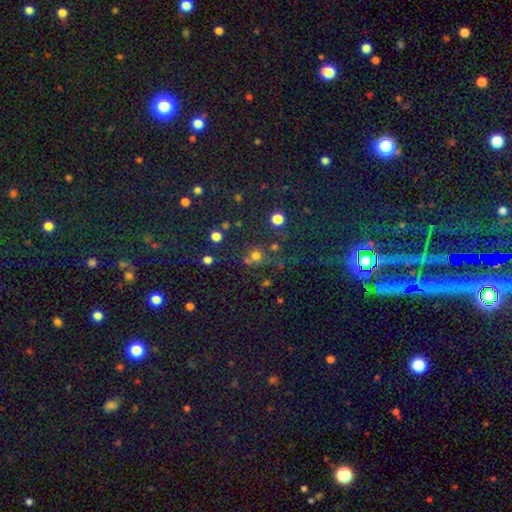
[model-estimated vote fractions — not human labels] A smooth galaxy with no disk features (66%) that is round (87%). Merging: none (60%).